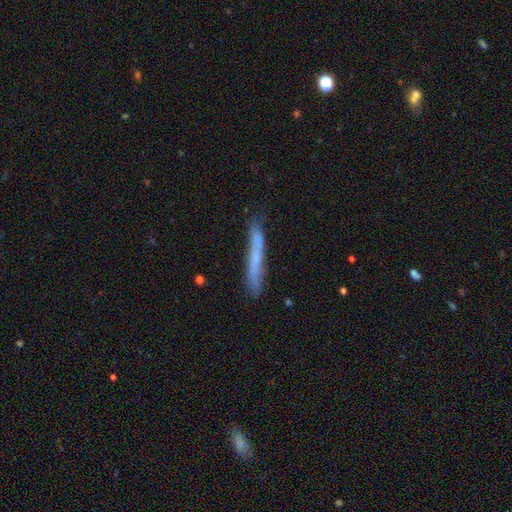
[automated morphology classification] Smooth or featured? Predicted: smooth (p=0.53). How rounded? Predicted: cigar-shaped (p=0.96). Merging? Predicted: none (p=0.78).